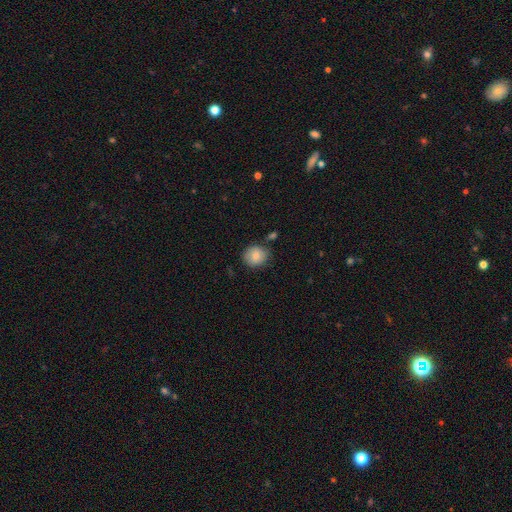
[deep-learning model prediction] Smooth or featured?
  - smooth: 84% *
  - featured or disk: 9%
  - star or artifact: 8%
How rounded?
  - round: 81% *
  - in between: 18%
  - cigar-shaped: 1%
Merging?
  - none: 74% *
  - minor disturbance: 16%
  - merger: 6%
  - major disturbance: 4%